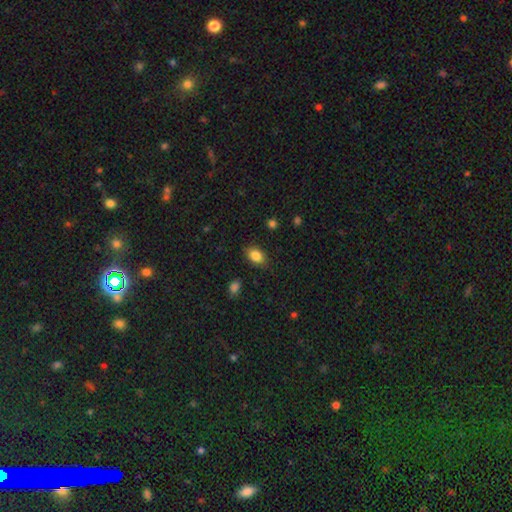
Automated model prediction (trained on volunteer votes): Smooth or featured?
  - smooth: 85% *
  - star or artifact: 9%
  - featured or disk: 6%
How rounded?
  - in between: 81% *
  - round: 18%
  - cigar-shaped: 2%
Merging?
  - none: 85% *
  - minor disturbance: 11%
  - major disturbance: 3%
  - merger: 1%